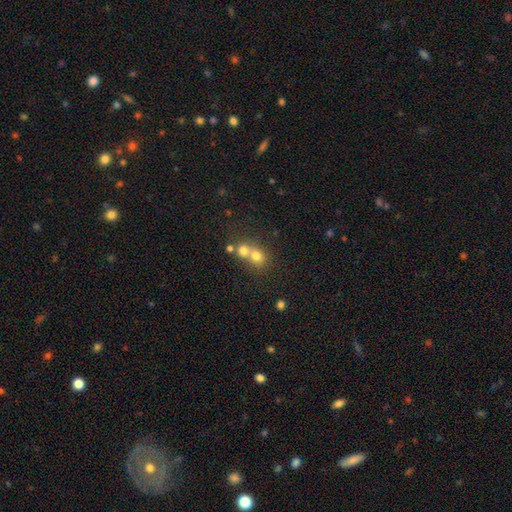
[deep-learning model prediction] The model was most divided on "merging": merger: 63%, none: 29%, minor disturbance: 5%, major disturbance: 3%. More confident: how rounded — round (73%); smooth or featured — smooth (70%).